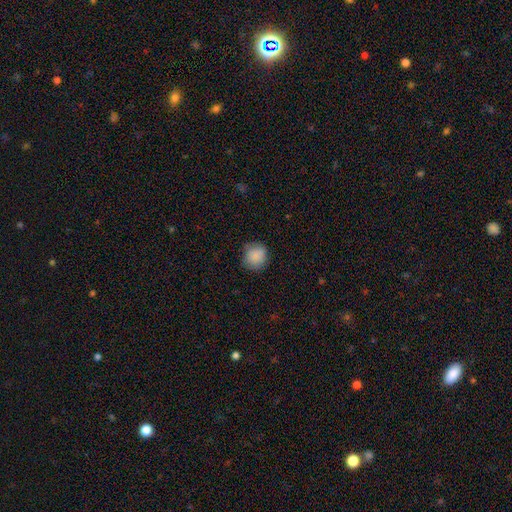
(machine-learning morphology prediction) A smooth galaxy with no disk features (87%) that is round (88%).

Vote fractions:
- Smooth or featured? smooth: 87% / star or artifact: 8% / featured or disk: 5%
- How rounded? round: 88% / in between: 11% / cigar-shaped: 1%
- Merging? none: 79% / minor disturbance: 16% / major disturbance: 4% / merger: 1%